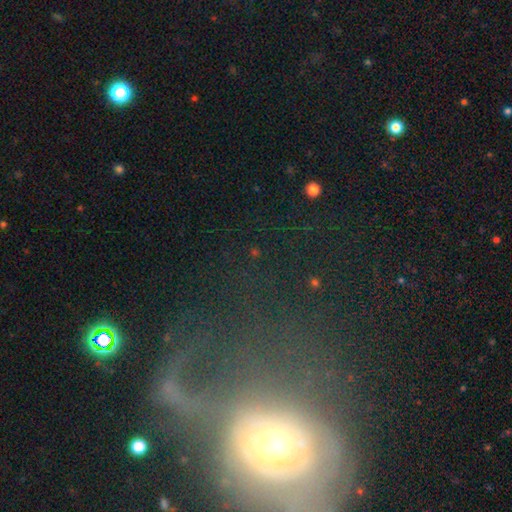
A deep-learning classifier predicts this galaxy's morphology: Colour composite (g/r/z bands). It shows a featured or disk galaxy (48%). Merging: major disturbance (39%).